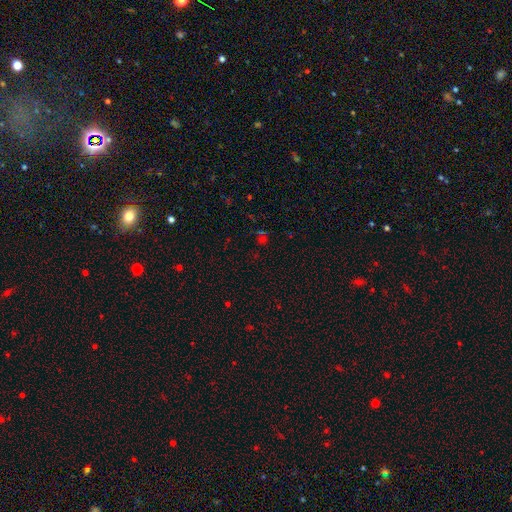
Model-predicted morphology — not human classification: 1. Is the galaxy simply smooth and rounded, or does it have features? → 59% star or artifact, 32% smooth, 9% featured or disk.